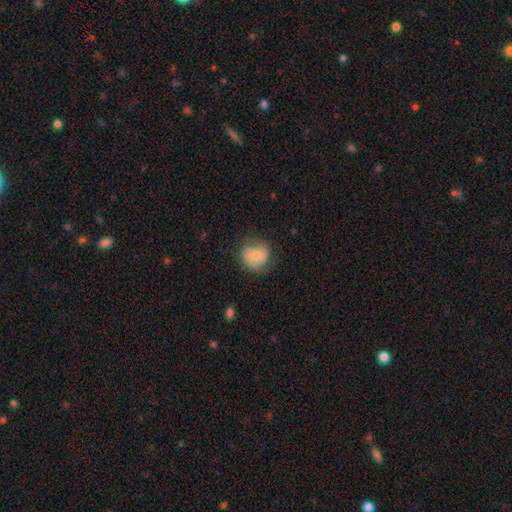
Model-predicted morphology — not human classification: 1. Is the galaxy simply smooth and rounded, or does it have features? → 70% smooth, 22% featured or disk, 8% star or artifact.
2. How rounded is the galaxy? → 76% round, 23% in between, 1% cigar-shaped.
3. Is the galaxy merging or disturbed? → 60% none, 26% minor disturbance, 12% major disturbance, 2% merger.